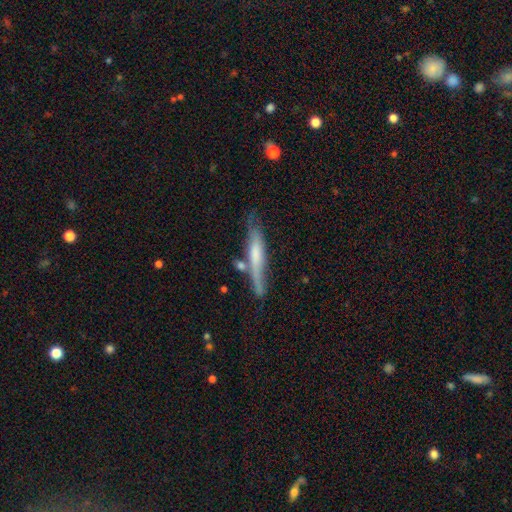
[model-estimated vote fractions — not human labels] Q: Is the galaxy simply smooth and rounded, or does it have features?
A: smooth — 49%.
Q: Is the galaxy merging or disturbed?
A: none — 58%.